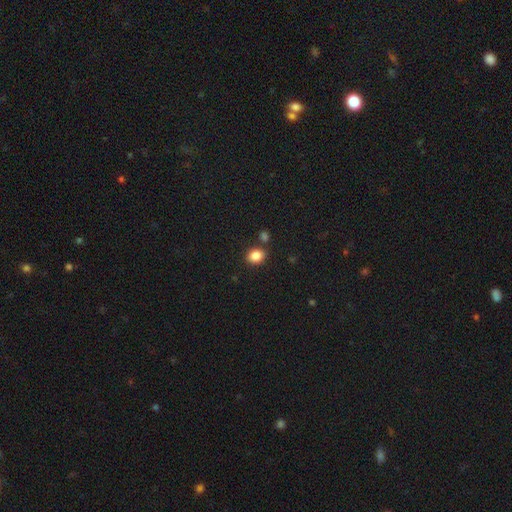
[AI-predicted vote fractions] This appears to be a smooth galaxy with no disk features (85%) that is in between round and cigar-shaped (53%). Merging: none (77%).